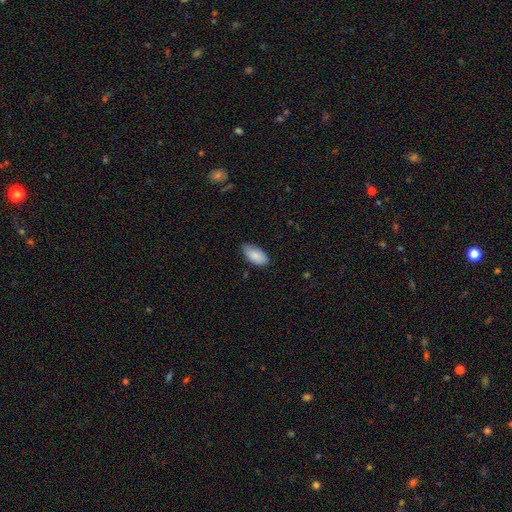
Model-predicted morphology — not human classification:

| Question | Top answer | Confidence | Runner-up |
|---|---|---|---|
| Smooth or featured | smooth | 86% | featured or disk (7%) |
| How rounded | in between | 94% | cigar-shaped (3%) |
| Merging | none | 75% | minor disturbance (21%) |